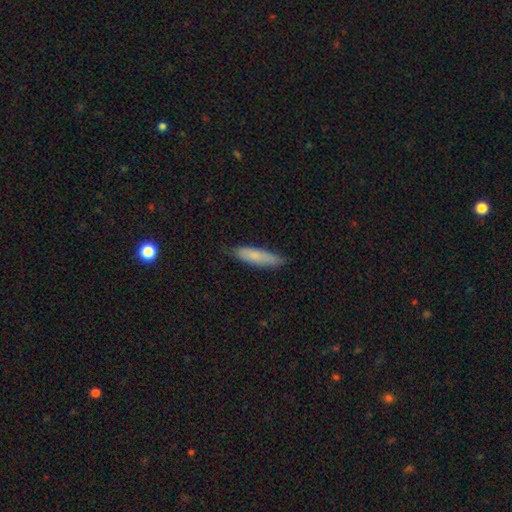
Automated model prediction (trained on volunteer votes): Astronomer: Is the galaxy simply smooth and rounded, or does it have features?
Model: smooth — 79%.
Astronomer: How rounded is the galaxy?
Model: cigar-shaped — 76%.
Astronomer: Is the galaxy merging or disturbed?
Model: none — 79%.